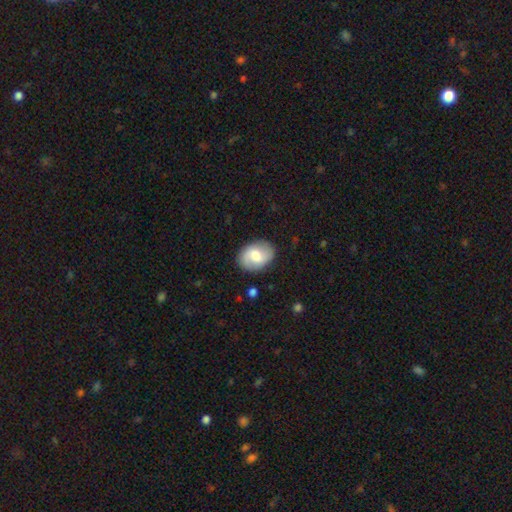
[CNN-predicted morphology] Smooth or featured? Predicted: smooth (p=0.53). How rounded? Predicted: in between (p=0.74). Merging? Predicted: none (p=0.83).